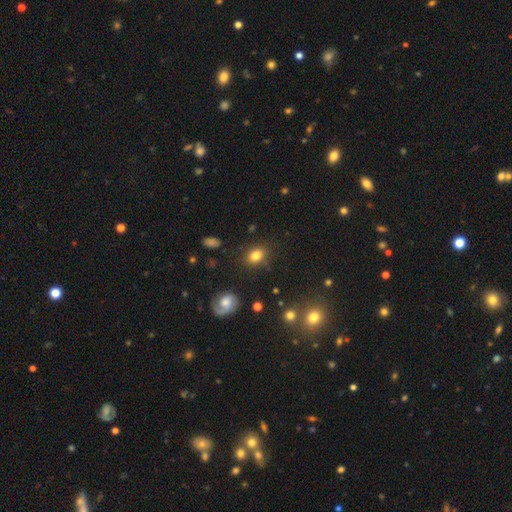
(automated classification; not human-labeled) A smooth galaxy with no disk features (80%) that is in between round and cigar-shaped (59%).

Vote fractions:
- Smooth or featured? smooth: 80% / star or artifact: 11% / featured or disk: 9%
- How rounded? in between: 59% / round: 40% / cigar-shaped: 1%
- Merging? none: 83% / minor disturbance: 11% / major disturbance: 4% / merger: 2%